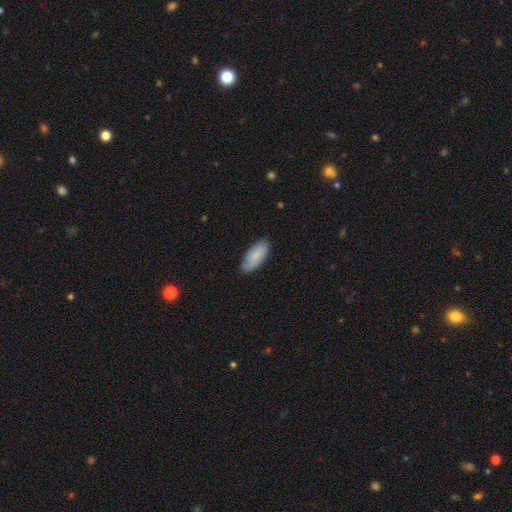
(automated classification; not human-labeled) smooth-or-featured: smooth: 80% | featured or disk: 14% | star or artifact: 6%
  how-rounded: in between: 86% | cigar-shaped: 13% | round: 2%
  merging: none: 83% | minor disturbance: 14% | major disturbance: 2% | merger: 1%